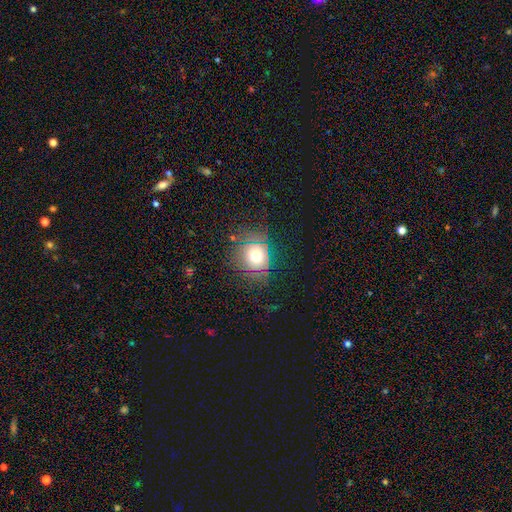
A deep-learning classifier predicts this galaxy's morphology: smooth_or_featured: smooth (p=0.66) [alt: star or artifact p=0.20]
how_rounded: round (p=0.78) [alt: in between p=0.21]
merging: none (p=0.77) [alt: minor disturbance p=0.14]